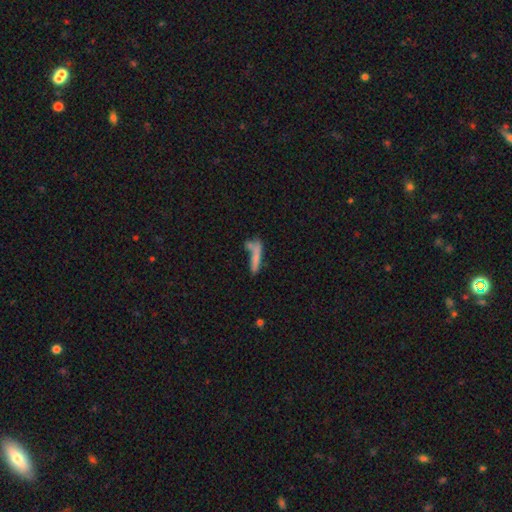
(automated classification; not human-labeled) smooth 68%, featured or disk 22%, star or artifact 10%. Down the decision tree: how rounded — cigar-shaped (87%); merging — none (49%).